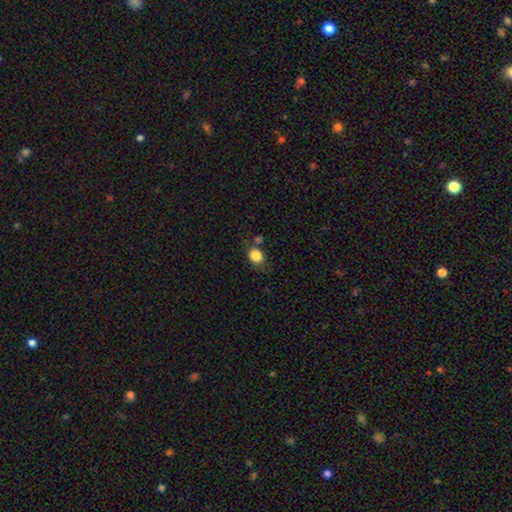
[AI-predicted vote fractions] A smooth galaxy with no disk features (85%) that is round (56%). Merging: none (71%).